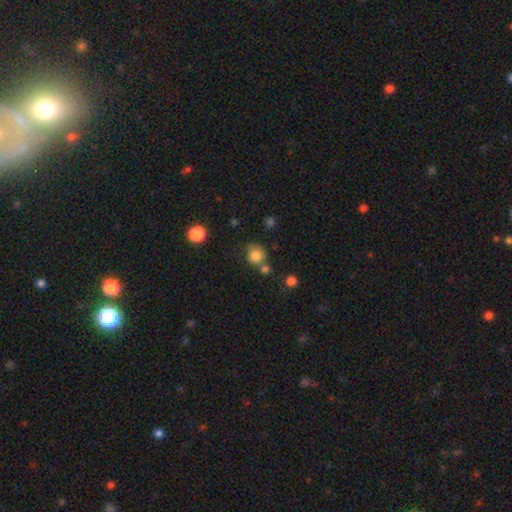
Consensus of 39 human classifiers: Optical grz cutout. It shows a smooth galaxy with no disk features (82%) that is round (97%). Merging: none (53%).